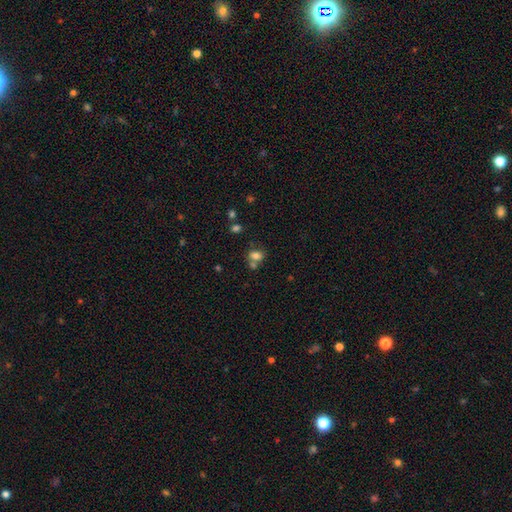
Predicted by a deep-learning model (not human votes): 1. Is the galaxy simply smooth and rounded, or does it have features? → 75% smooth, 13% star or artifact, 12% featured or disk.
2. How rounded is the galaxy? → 66% in between, 32% round, 2% cigar-shaped.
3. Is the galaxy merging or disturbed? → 46% none, 36% merger, 13% minor disturbance, 5% major disturbance.